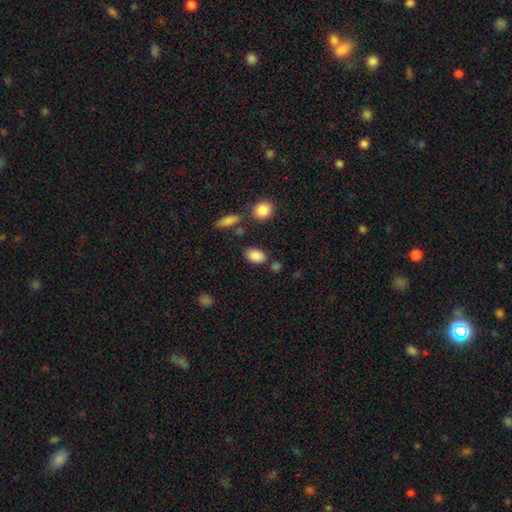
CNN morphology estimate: The model was most divided on "merging": none: 75%, minor disturbance: 13%, merger: 8%, major disturbance: 4%. More confident: smooth or featured — smooth (87%); how rounded — in between (87%).